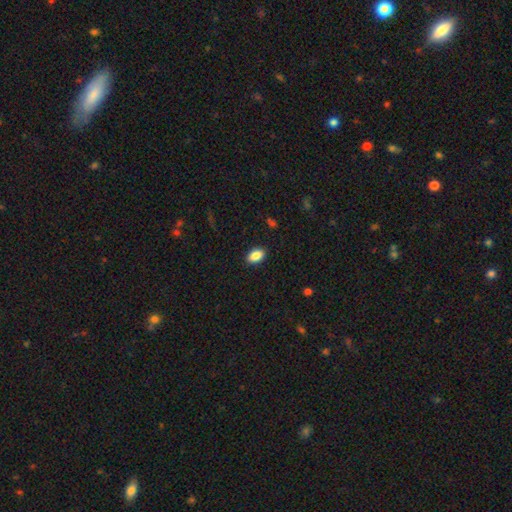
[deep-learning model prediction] Morphology: type=smooth (87%); roundness=in between (91%); merging=none (89%).